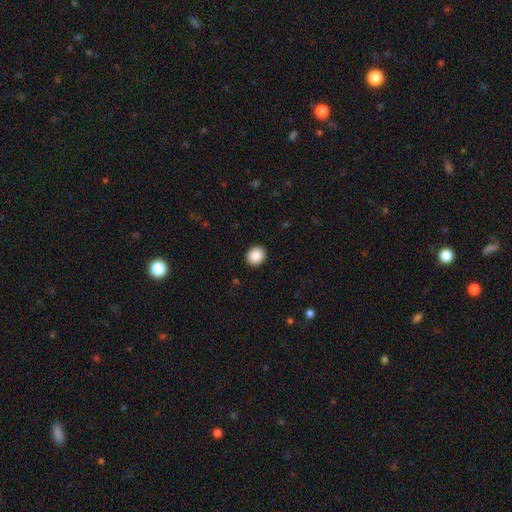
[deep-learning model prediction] Morphology: type=smooth (89%); roundness=round (70%); merging=none (91%).